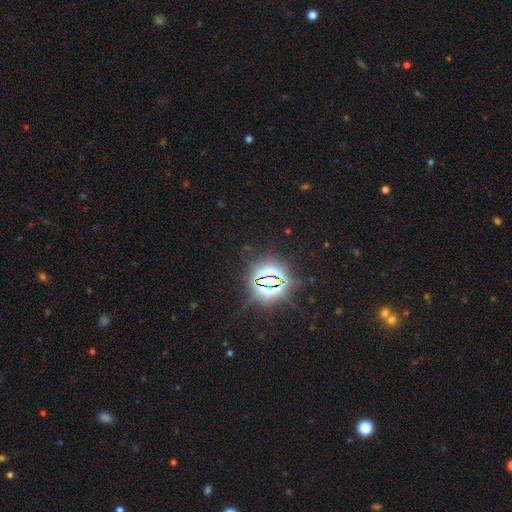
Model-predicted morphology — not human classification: Smooth or featured: star or artifact — 83% (smooth — 10%)